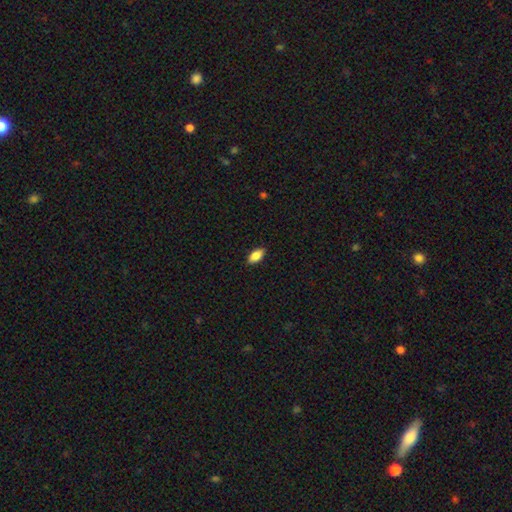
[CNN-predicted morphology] smooth_or_featured: smooth (p=0.84) [alt: featured or disk p=0.09]
how_rounded: in between (p=0.90) [alt: cigar-shaped p=0.07]
merging: none (p=0.88) [alt: minor disturbance p=0.09]